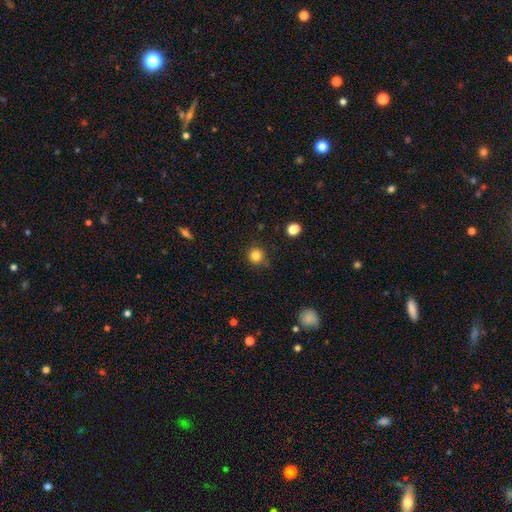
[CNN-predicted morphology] Q: Smooth or featured?
A: smooth (83%); runner-up: star or artifact (12%)
Q: How rounded?
A: round (92%); runner-up: in between (7%)
Q: Merging?
A: none (80%); runner-up: minor disturbance (14%)